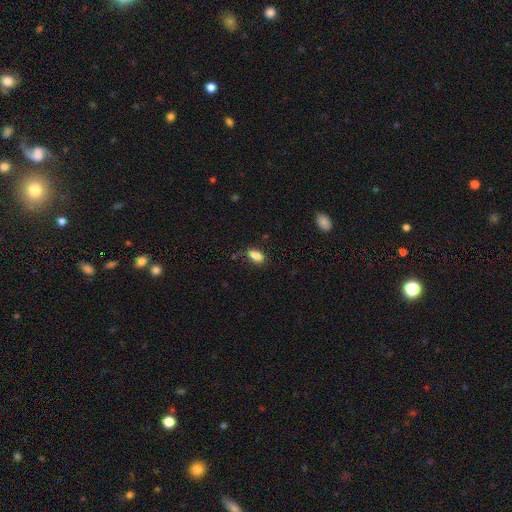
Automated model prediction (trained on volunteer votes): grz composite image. It shows a smooth galaxy with no disk features (85%) that is in between round and cigar-shaped (88%). Merging: none (71%).